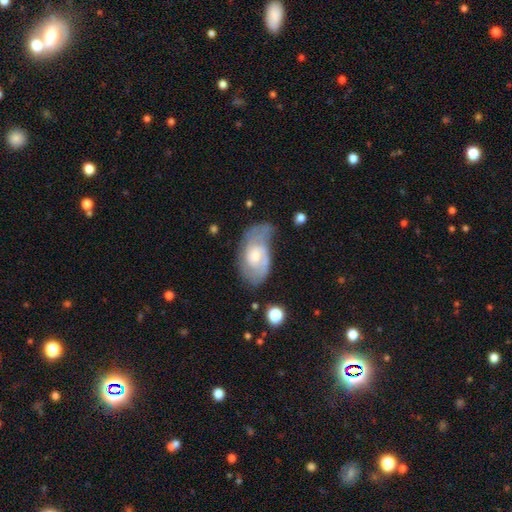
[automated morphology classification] Smooth or featured? featured or disk (70%)
Edge-on disk? no (95%)
Bar? no (62%)
Spiral arms? yes (85%)
Spiral winding? medium (42%)
Spiral arm count? 2 (54%)
Bulge size? moderate (48%)
Merging? none (44%)